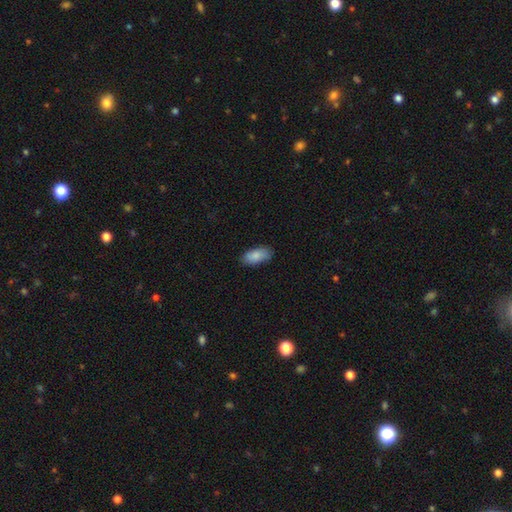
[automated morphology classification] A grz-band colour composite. It shows a smooth galaxy with no disk features (85%) that is in between round and cigar-shaped (90%). Merging: none (82%).